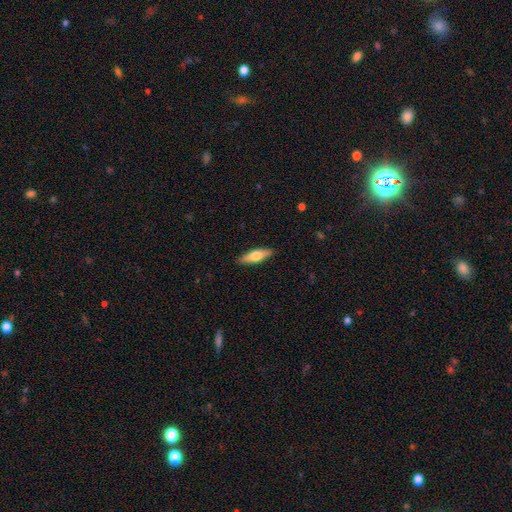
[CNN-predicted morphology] Smooth or featured? Predicted: smooth (p=0.57). How rounded? Predicted: cigar-shaped (p=0.52). Merging? Predicted: none (p=0.89).